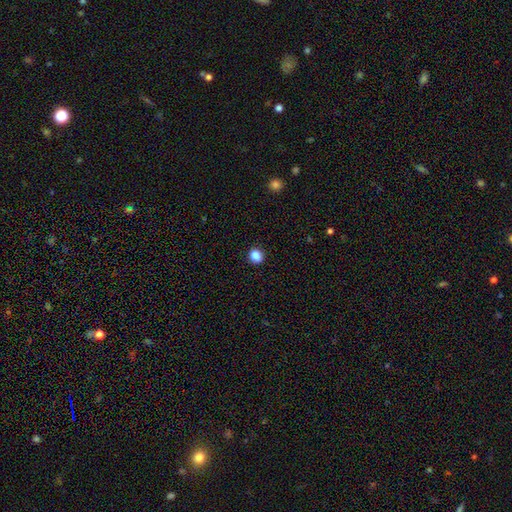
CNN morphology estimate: Overall: smooth (87%). How rounded: round (78%). Merging: none (91%).